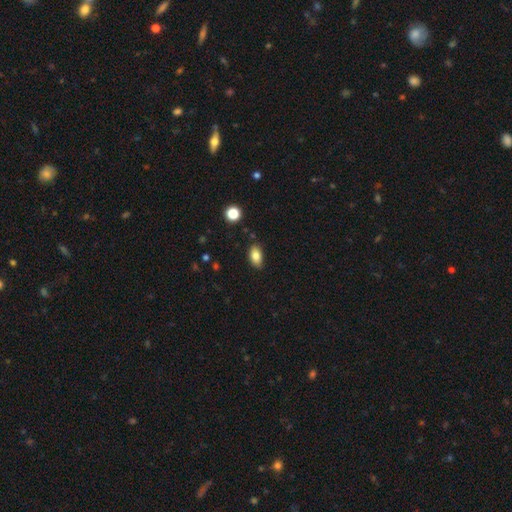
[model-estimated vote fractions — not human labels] smooth-or-featured: smooth: 84% | star or artifact: 9% | featured or disk: 7%
  how-rounded: in between: 90% | round: 7% | cigar-shaped: 3%
  merging: none: 82% | minor disturbance: 13% | major disturbance: 2% | merger: 2%